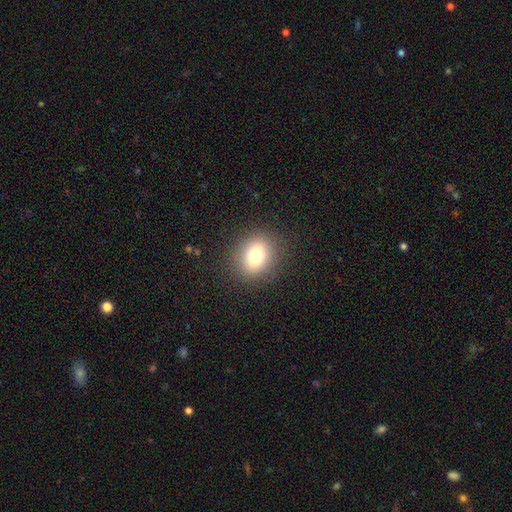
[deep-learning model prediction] This is likely a smooth galaxy (77%). How rounded: likely round (67%). Merging: clearly none (88%).